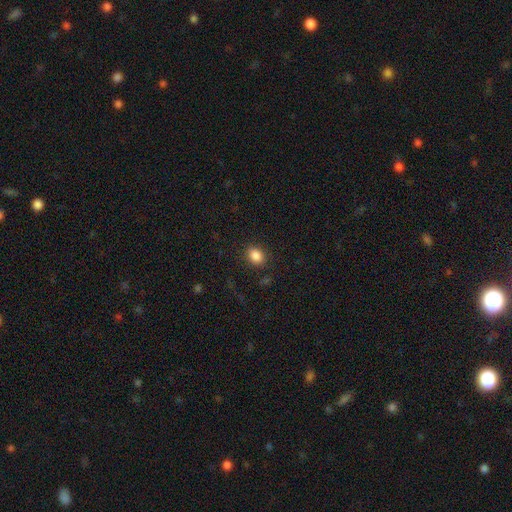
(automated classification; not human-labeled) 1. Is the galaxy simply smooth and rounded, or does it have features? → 86% smooth, 10% star or artifact, 4% featured or disk.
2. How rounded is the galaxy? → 59% in between, 40% round, 1% cigar-shaped.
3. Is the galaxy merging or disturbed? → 87% none, 9% minor disturbance, 3% major disturbance, 1% merger.